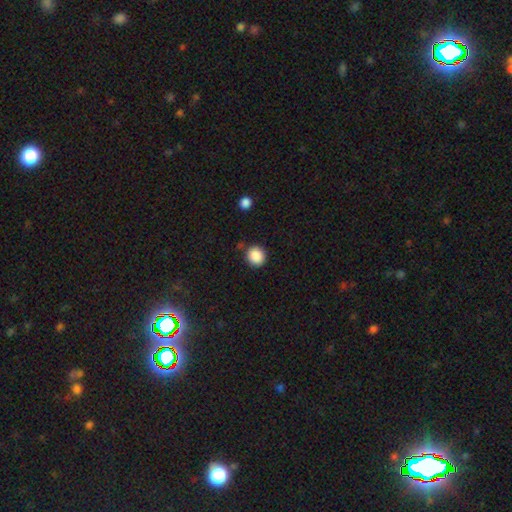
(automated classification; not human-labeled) Smooth or featured? Predicted: smooth (p=0.88). How rounded? Predicted: round (p=0.88). Merging? Predicted: none (p=0.84).